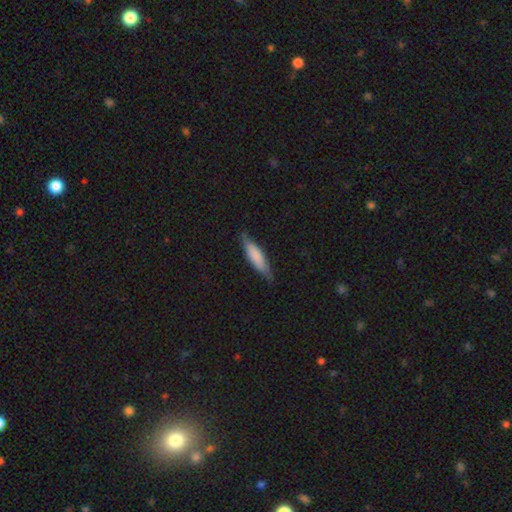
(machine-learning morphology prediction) Overall: smooth (73%). How rounded: cigar-shaped (71%). Merging: none (77%).